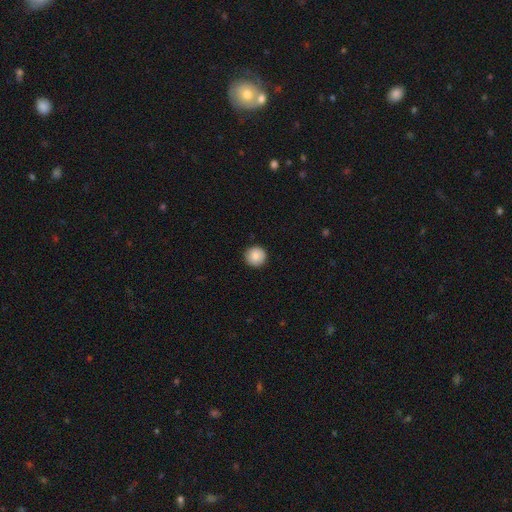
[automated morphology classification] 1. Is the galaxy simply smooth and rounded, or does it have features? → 88% smooth, 8% star or artifact, 5% featured or disk.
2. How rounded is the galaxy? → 96% round, 4% in between, 1% cigar-shaped.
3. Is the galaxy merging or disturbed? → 92% none, 6% minor disturbance, 2% major disturbance, 1% merger.